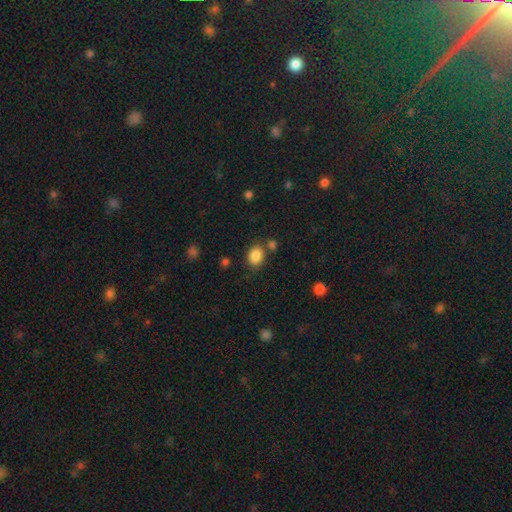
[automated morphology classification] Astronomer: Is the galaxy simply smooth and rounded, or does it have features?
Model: smooth — 86%.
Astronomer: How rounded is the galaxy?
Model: in between — 56% (runner-up: round, 43%).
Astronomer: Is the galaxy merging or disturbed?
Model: none — 72%.